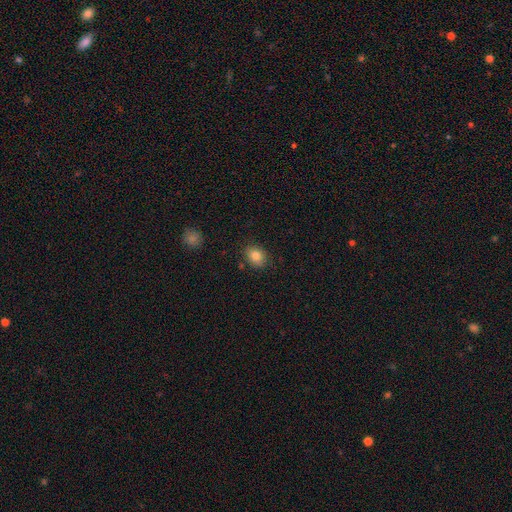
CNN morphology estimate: A smooth galaxy with no disk features (82%) that is in between round and cigar-shaped (59%). Merging: none (83%).